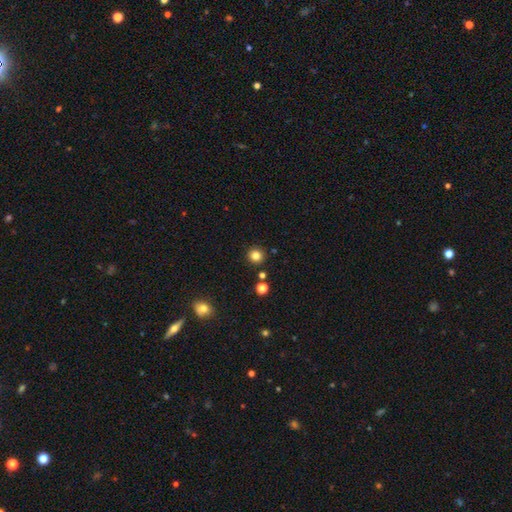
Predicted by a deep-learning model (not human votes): Smooth or featured: smooth — 82% (star or artifact — 13%)
How rounded: round — 94% (in between — 5%)
Merging: none — 90% (minor disturbance — 5%)